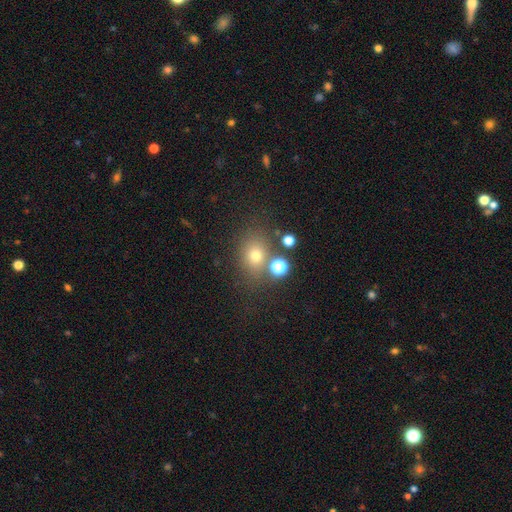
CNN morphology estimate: Overall: smooth (68%). How rounded: round (60%; in between 39%). Merging: none (70%).